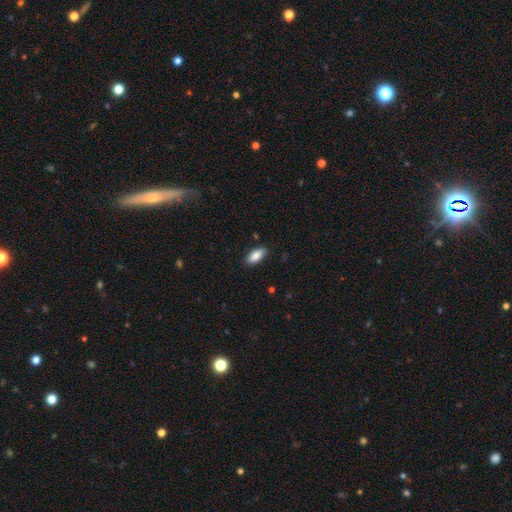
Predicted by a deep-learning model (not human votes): Smooth or featured? Predicted: smooth (p=0.87). How rounded? Predicted: in between (p=0.90). Merging? Predicted: none (p=0.85).